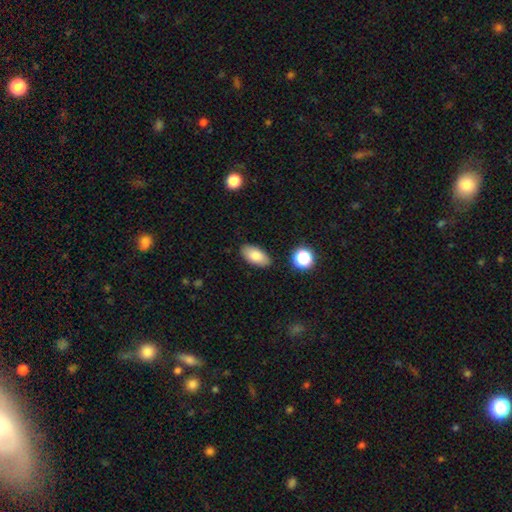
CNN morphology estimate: This is clearly a smooth galaxy (83%). How rounded: clearly in between (92%). Merging: clearly none (86%).